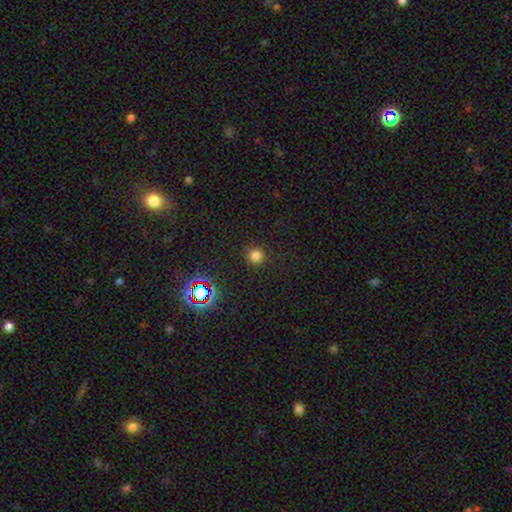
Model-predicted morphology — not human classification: A smooth galaxy with no disk features (75%) that is round (93%).

Vote fractions:
- Smooth or featured? smooth: 75% / star or artifact: 20% / featured or disk: 5%
- How rounded? round: 93% / in between: 6% / cigar-shaped: 1%
- Merging? none: 89% / minor disturbance: 7% / major disturbance: 3% / merger: 1%